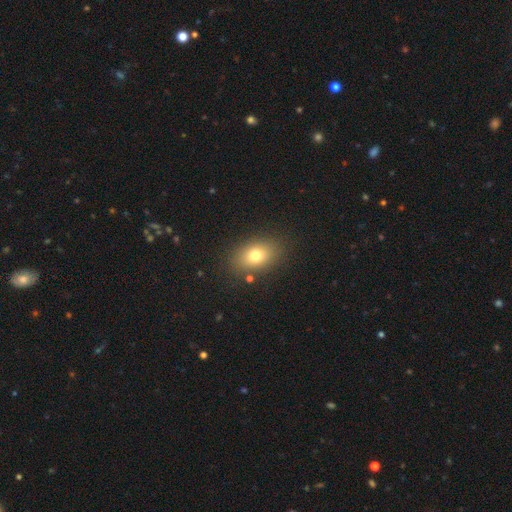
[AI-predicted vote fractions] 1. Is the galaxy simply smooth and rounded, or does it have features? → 76% smooth, 13% featured or disk, 11% star or artifact.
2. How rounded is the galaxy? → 78% in between, 20% round, 2% cigar-shaped.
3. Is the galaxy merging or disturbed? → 83% none, 10% minor disturbance, 4% major disturbance, 3% merger.